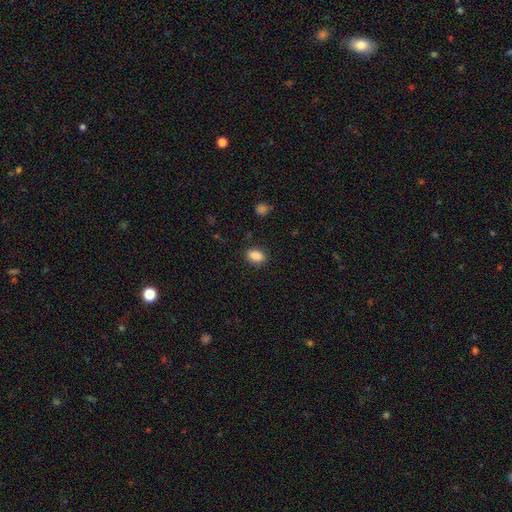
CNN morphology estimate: Q: Smooth or featured?
A: smooth (88%); runner-up: star or artifact (9%)
Q: How rounded?
A: in between (82%); runner-up: round (16%)
Q: Merging?
A: none (85%); runner-up: minor disturbance (11%)